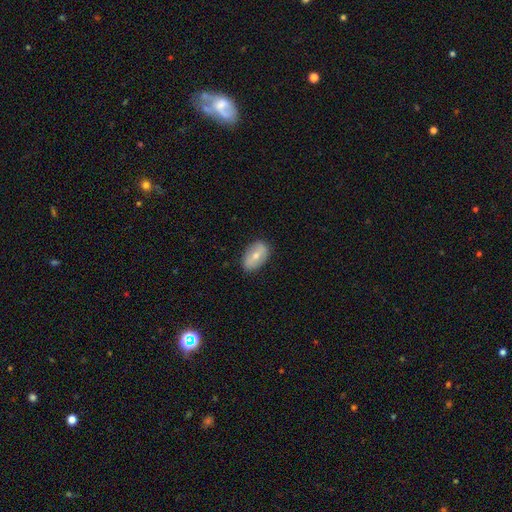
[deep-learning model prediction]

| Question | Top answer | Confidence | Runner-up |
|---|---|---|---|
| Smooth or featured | smooth | 58% | featured or disk (36%) |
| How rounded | in between | 89% | round (8%) |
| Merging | none | 84% | minor disturbance (12%) |